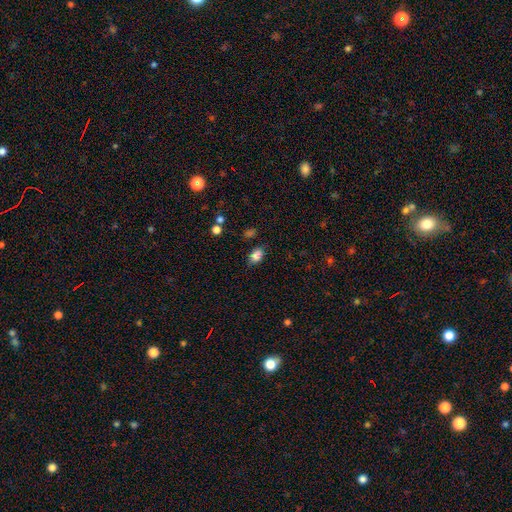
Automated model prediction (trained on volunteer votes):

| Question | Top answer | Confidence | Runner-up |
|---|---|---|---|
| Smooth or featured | smooth | 84% | star or artifact (10%) |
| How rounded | in between | 84% | round (14%) |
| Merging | none | 78% | minor disturbance (16%) |